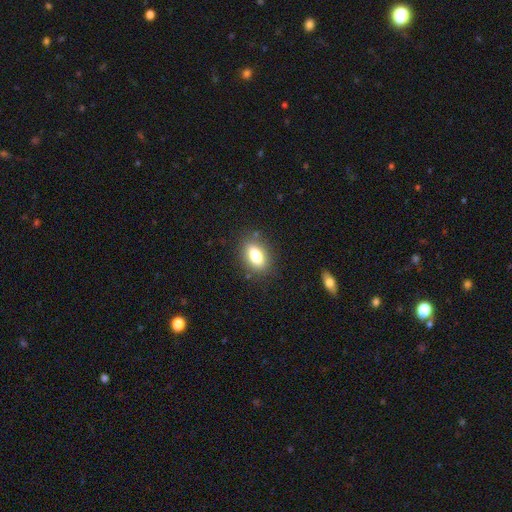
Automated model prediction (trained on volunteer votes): smooth_or_featured: smooth (p=0.77) [alt: featured or disk p=0.14]
how_rounded: in between (p=0.82) [alt: round p=0.11]
merging: none (p=0.84) [alt: minor disturbance p=0.11]